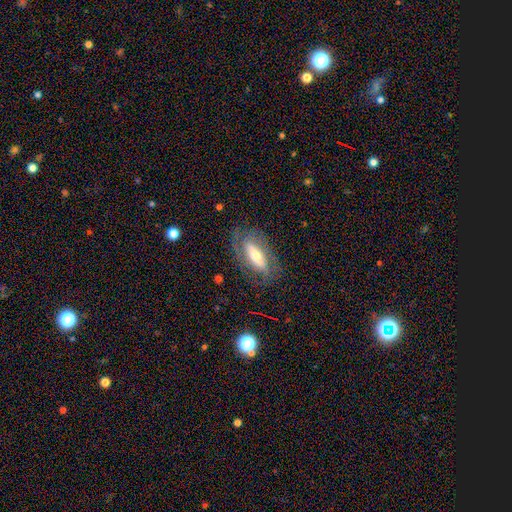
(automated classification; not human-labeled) The model was most divided on "smooth or featured": featured or disk: 61%, smooth: 32%, star or artifact: 7%. More confident: edge-on disk — no (76%); merging — none (73%).